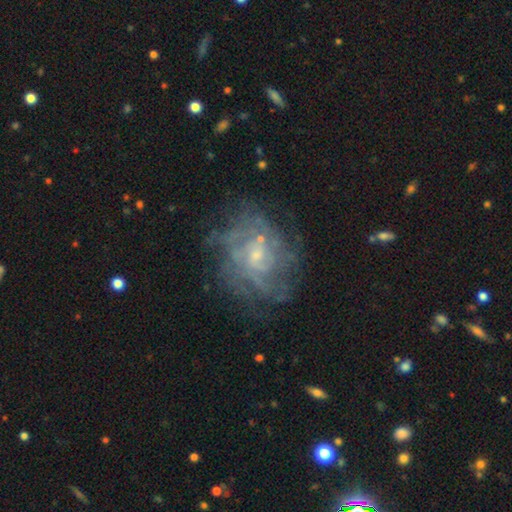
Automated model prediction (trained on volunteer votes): Morphology: type=featured or disk (76%); edge-on=no (97%); bar=no (67%); spiral arms=yes (70%); winding=tight (49%); arm count=can't tell (56%); bulge=small (64%); merging=none (59%).